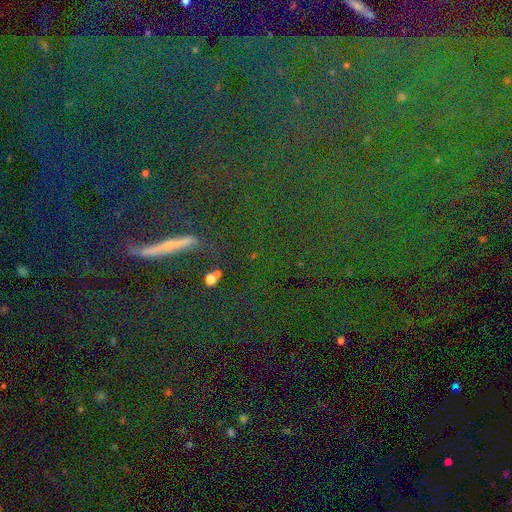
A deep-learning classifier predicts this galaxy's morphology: This appears to be a star or artifact, not a galaxy (74%).